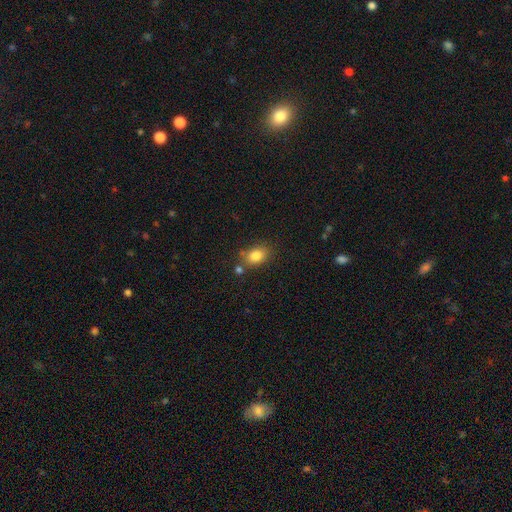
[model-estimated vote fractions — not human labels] smooth-or-featured: smooth: 83% | star or artifact: 10% | featured or disk: 7%
  how-rounded: in between: 72% | round: 27% | cigar-shaped: 1%
  merging: none: 72% | minor disturbance: 14% | merger: 10% | major disturbance: 4%